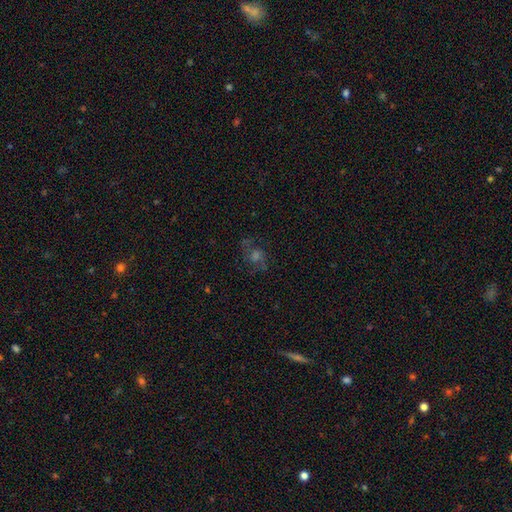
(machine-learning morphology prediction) Overall: featured or disk (51%; star or artifact 28%). Edge-on disk: no (94%). Merging: none (73%).